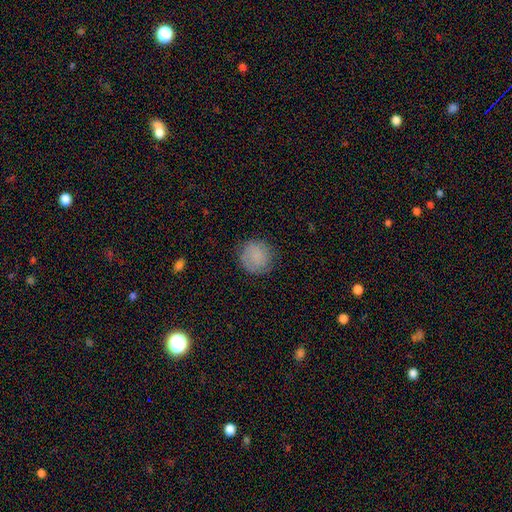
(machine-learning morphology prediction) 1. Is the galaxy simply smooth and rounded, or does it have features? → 79% smooth, 13% featured or disk, 8% star or artifact.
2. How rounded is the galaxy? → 89% round, 10% in between, 1% cigar-shaped.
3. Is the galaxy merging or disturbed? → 80% none, 15% minor disturbance, 5% major disturbance, 1% merger.